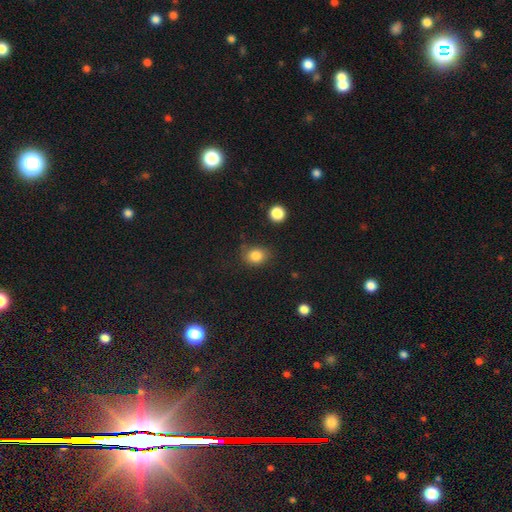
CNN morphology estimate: Smooth or featured: smooth — 83% (star or artifact — 11%)
How rounded: round — 56% (in between — 43%)
Merging: none — 70% (minor disturbance — 21%)